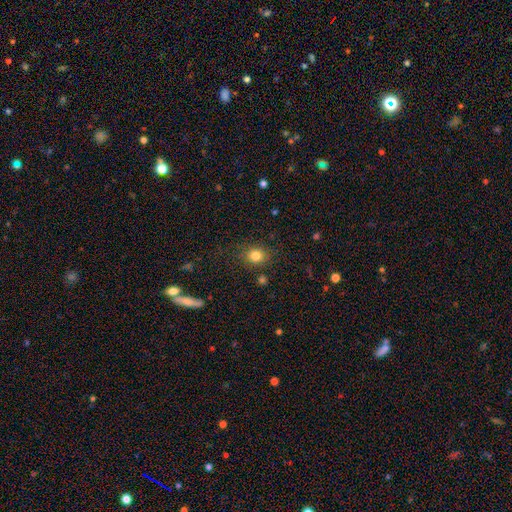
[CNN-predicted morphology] This appears to be a smooth galaxy with no disk features (81%) that is round (66%). Merging: none (82%).